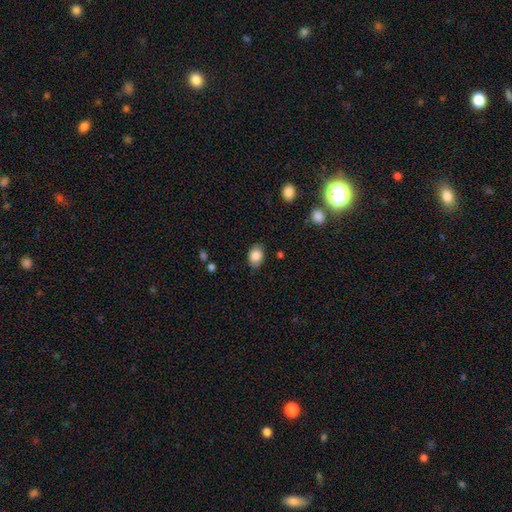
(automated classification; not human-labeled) smooth-or-featured: smooth: 84% | star or artifact: 8% | featured or disk: 8%
  how-rounded: in between: 71% | round: 28% | cigar-shaped: 1%
  merging: none: 84% | minor disturbance: 12% | major disturbance: 2% | merger: 1%